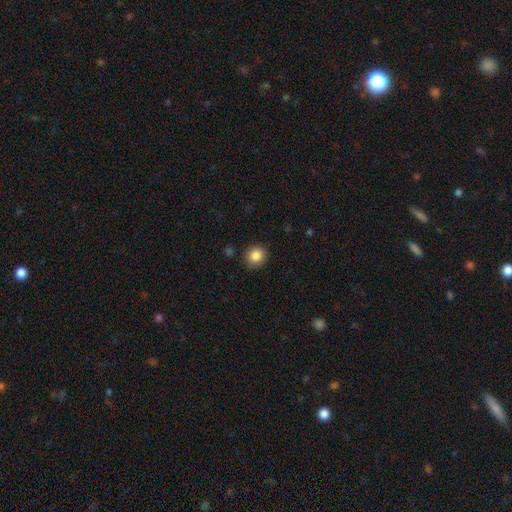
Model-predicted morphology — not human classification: smooth_or_featured: smooth (p=0.86) [alt: star or artifact p=0.09]
how_rounded: round (p=0.83) [alt: in between p=0.16]
merging: none (p=0.88) [alt: minor disturbance p=0.09]